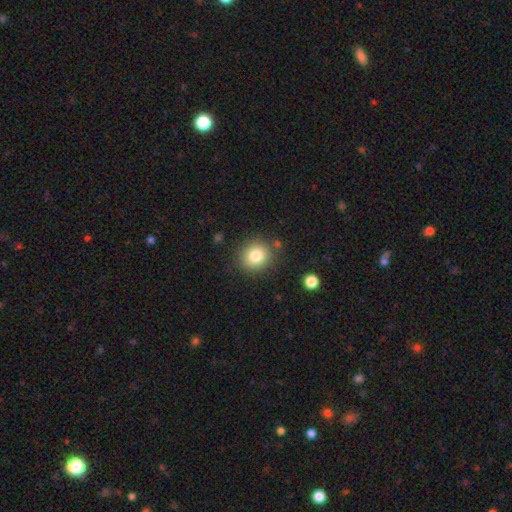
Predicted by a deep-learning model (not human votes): Smooth or featured? Predicted: smooth (p=0.81). How rounded? Predicted: round (p=0.84). Merging? Predicted: none (p=0.83).